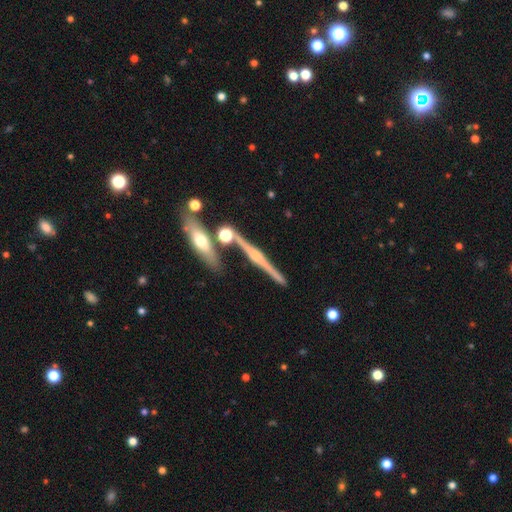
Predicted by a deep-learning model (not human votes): A featured or disk galaxy (80%) viewed edge-on (97%) with a rounded central bulge (84%).

Vote fractions:
- Smooth or featured? featured or disk: 80% / smooth: 13% / star or artifact: 7%
- Edge-on disk? yes: 97% / no: 3%
- Edge-on bulge? rounded: 84% / boxy: 9% / none: 7%
- Merging? none: 79% / merger: 10% / minor disturbance: 9% / major disturbance: 2%